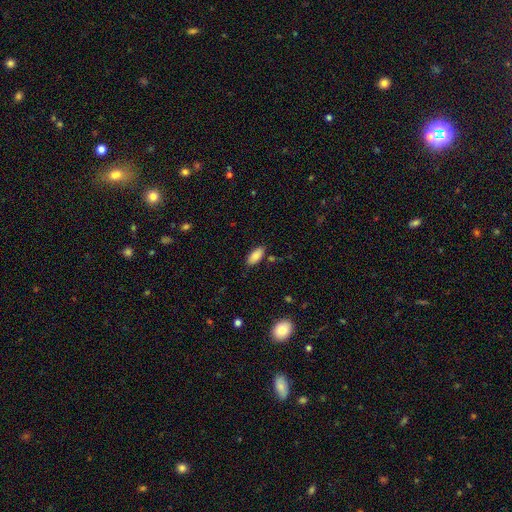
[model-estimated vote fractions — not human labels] Smooth or featured?
  - smooth: 87% *
  - star or artifact: 7%
  - featured or disk: 6%
How rounded?
  - in between: 87% *
  - cigar-shaped: 11%
  - round: 2%
Merging?
  - none: 82% *
  - minor disturbance: 12%
  - merger: 3%
  - major disturbance: 3%